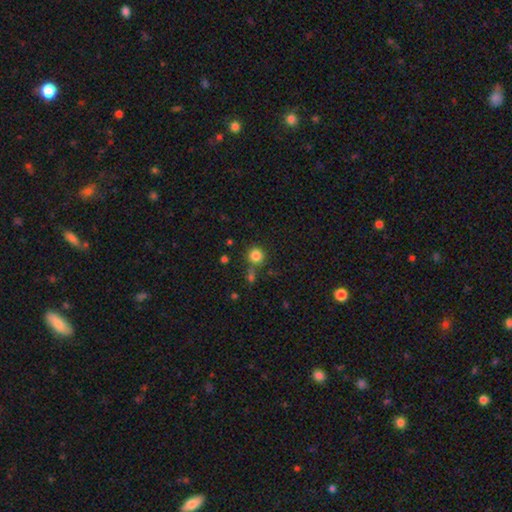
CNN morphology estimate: The model was most divided on "merging": none: 75%, merger: 12%, minor disturbance: 9%, major disturbance: 4%. More confident: how rounded — round (93%); smooth or featured — smooth (83%).